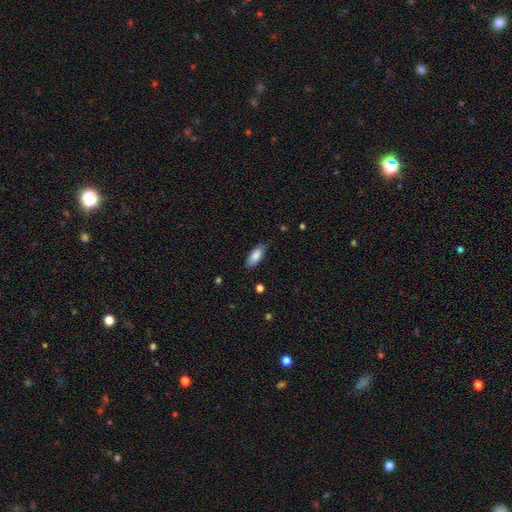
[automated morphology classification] Q: Smooth or featured?
A: smooth (85%); runner-up: featured or disk (9%)
Q: How rounded?
A: in between (80%); runner-up: cigar-shaped (18%)
Q: Merging?
A: none (79%); runner-up: minor disturbance (17%)